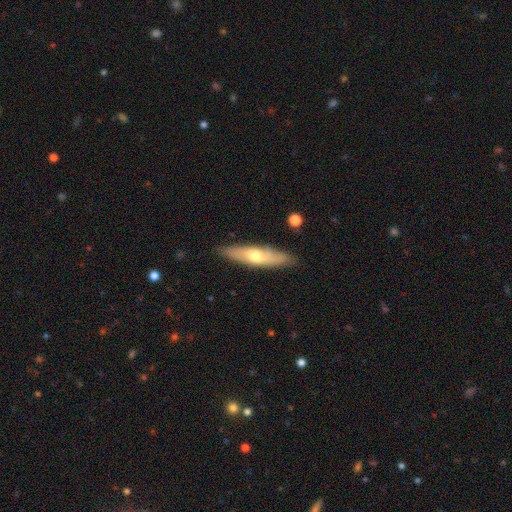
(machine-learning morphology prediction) A smooth galaxy with no disk features (51%) that is cigar-shaped (73%).

Vote fractions:
- Smooth or featured? smooth: 51% / featured or disk: 43% / star or artifact: 6%
- How rounded? cigar-shaped: 73% / in between: 25% / round: 2%
- Merging? none: 83% / minor disturbance: 12% / major disturbance: 2% / merger: 2%